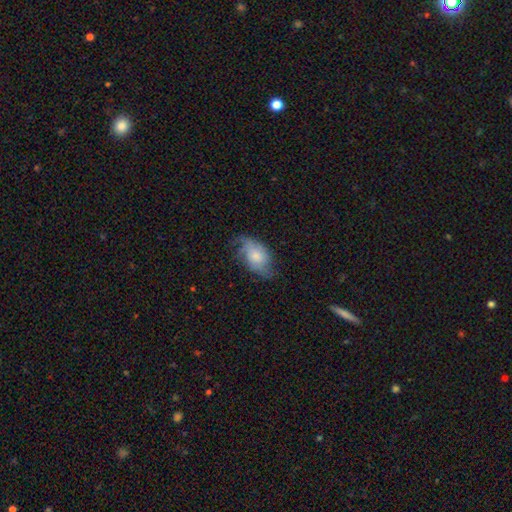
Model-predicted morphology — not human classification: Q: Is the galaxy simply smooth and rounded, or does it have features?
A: featured or disk — 47%.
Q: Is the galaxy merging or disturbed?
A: none — 51%.